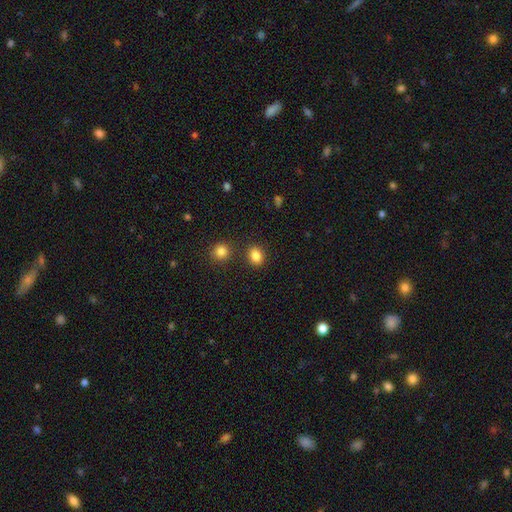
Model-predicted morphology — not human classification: Smooth or featured: smooth — 86% (star or artifact — 10%)
How rounded: in between — 58% (round — 40%)
Merging: none — 82% (minor disturbance — 9%)